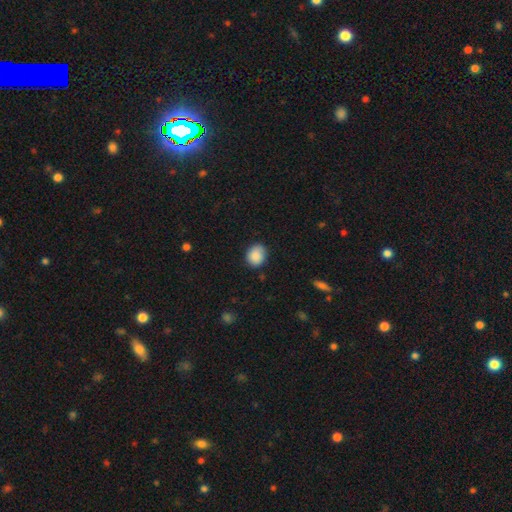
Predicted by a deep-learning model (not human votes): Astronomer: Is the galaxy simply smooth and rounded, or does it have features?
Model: smooth — 88%.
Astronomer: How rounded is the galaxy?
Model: round — 67%.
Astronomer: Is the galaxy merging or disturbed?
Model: none — 82%.